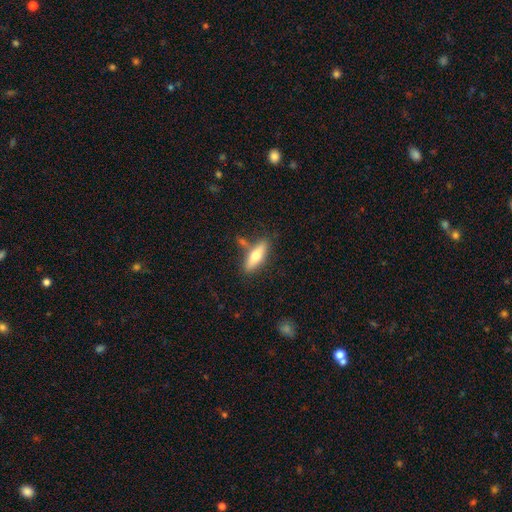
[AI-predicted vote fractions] smooth 62%, featured or disk 32%, star or artifact 6%. Down the decision tree: how rounded — cigar-shaped (52%); merging — none (73%).